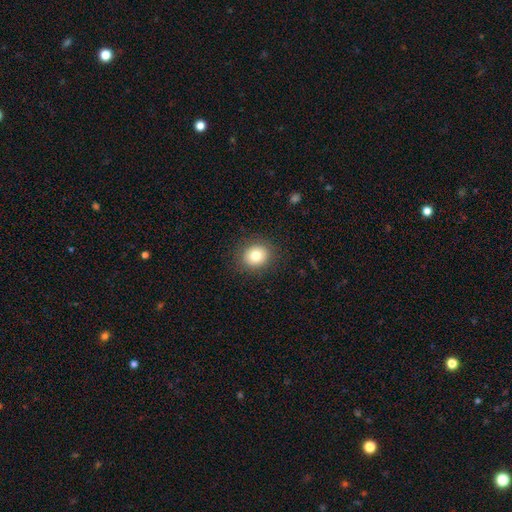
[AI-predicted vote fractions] Smooth or featured: smooth — 79% (star or artifact — 11%)
How rounded: round — 82% (in between — 17%)
Merging: none — 89% (minor disturbance — 7%)